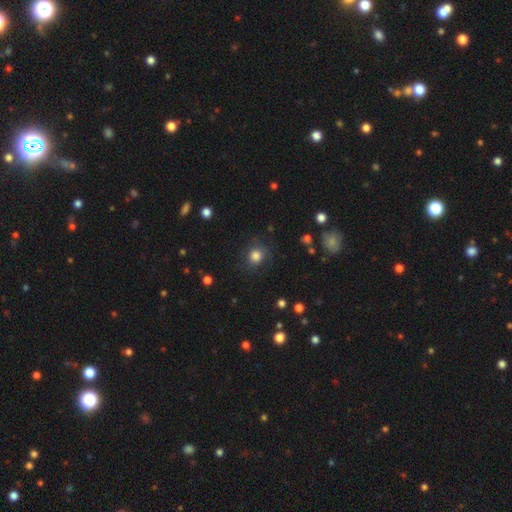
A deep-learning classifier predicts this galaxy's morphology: This is clearly a smooth galaxy (80%). How rounded: clearly round (83%). Merging: likely none (78%).